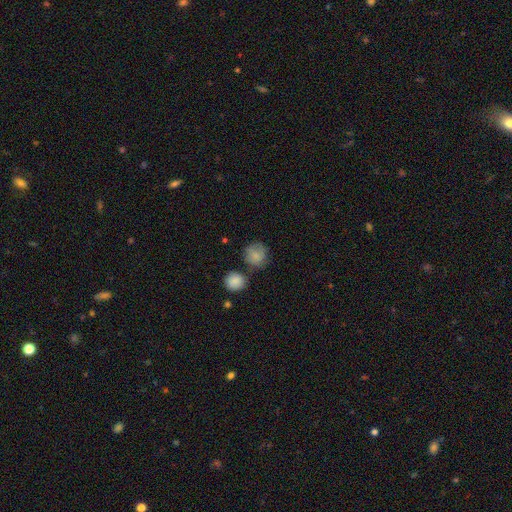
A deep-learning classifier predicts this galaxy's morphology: smooth 82%, featured or disk 9%, star or artifact 9%. Down the decision tree: how rounded — round (88%); merging — none (63%).